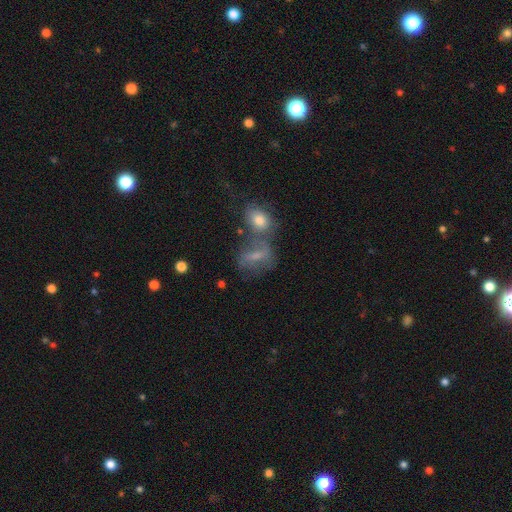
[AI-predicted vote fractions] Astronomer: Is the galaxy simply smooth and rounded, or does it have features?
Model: smooth — 47% (runner-up: featured or disk, 41%).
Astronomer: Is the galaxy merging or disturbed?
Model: merger — 38% (runner-up: none, 34%).